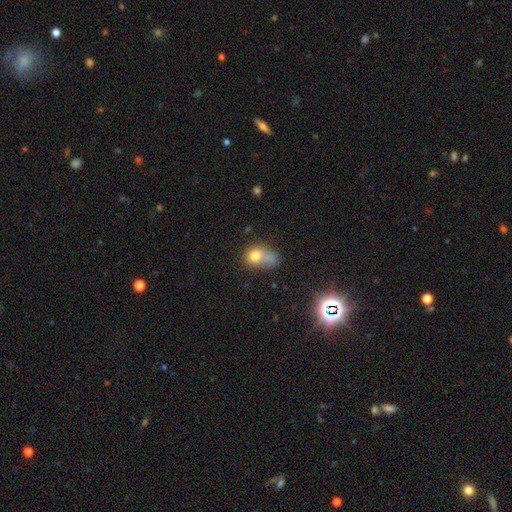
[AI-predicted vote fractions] Morphology: type=smooth (73%); roundness=in between (55%); merging=merger (44%).